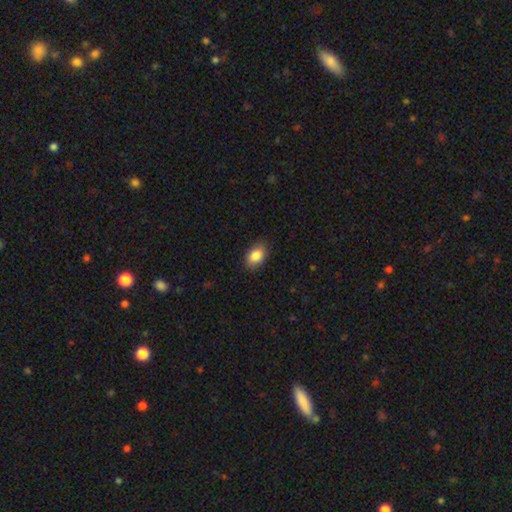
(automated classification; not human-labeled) smooth-or-featured: smooth: 87% | star or artifact: 7% | featured or disk: 6%
  how-rounded: in between: 85% | round: 14% | cigar-shaped: 1%
  merging: none: 86% | minor disturbance: 10% | major disturbance: 2% | merger: 1%